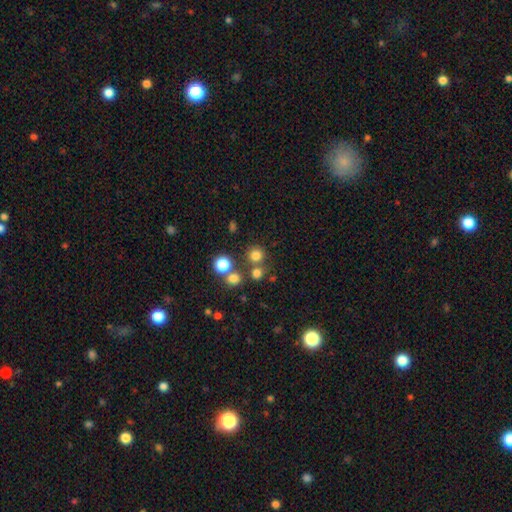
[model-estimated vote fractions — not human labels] This is likely a smooth galaxy (75%). How rounded: clearly round (92%). Merging: likely none (73%).